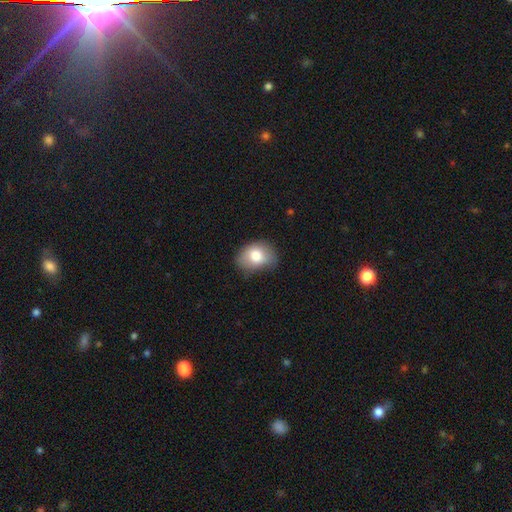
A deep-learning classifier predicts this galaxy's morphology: type=smooth (78%); roundness=in between (69%); merging=none (59%).